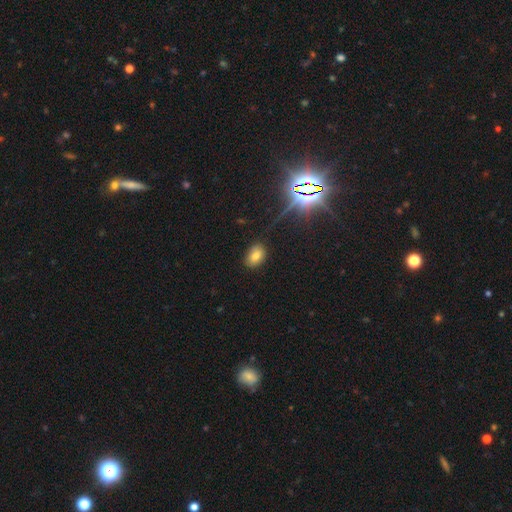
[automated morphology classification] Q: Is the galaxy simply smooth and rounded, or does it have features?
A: smooth — 73%.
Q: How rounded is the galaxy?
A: in between — 77%.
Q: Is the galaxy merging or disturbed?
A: none — 85%.